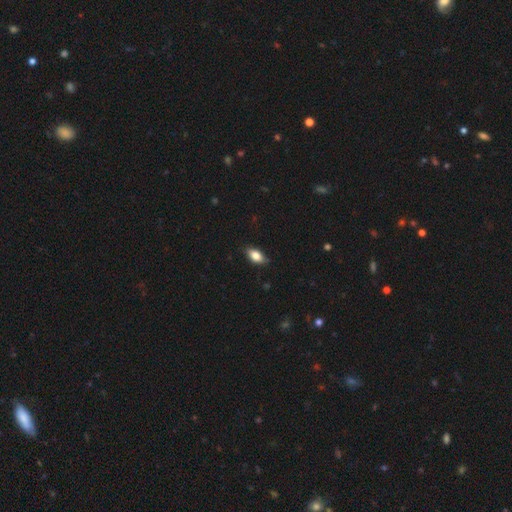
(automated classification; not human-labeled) The model was most divided on "smooth or featured": smooth: 80%, featured or disk: 13%, star or artifact: 7%. More confident: how rounded — in between (89%); merging — none (83%).